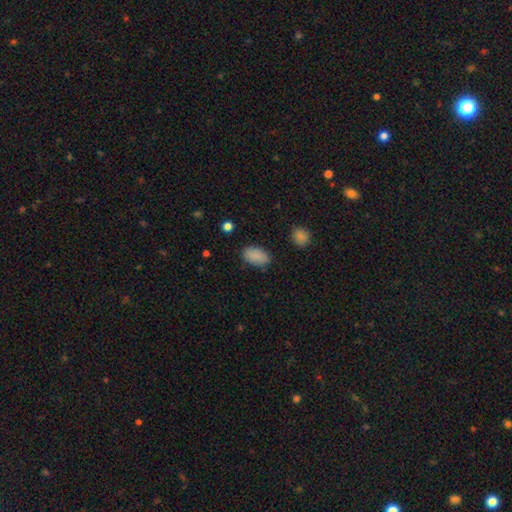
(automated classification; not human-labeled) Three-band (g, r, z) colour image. It shows a smooth galaxy with no disk features (88%) that is in between round and cigar-shaped (92%). Merging: none (83%).